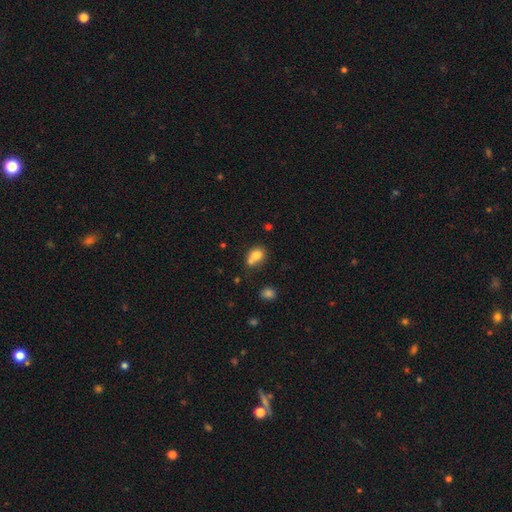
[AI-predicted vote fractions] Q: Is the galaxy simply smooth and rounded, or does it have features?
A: smooth — 77%.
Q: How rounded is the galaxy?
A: in between — 50%.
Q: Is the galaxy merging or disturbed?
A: merger — 43%.